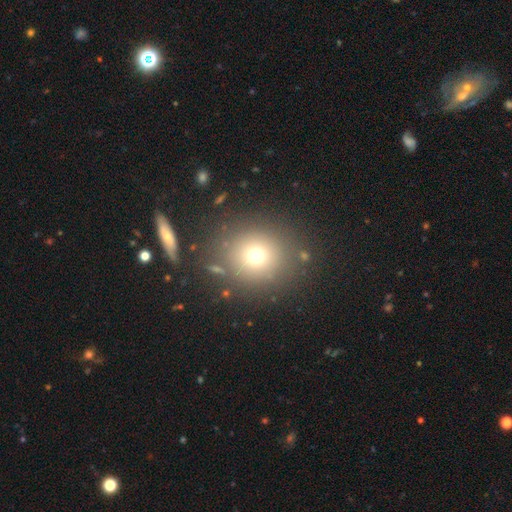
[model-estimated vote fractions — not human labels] smooth_or_featured: smooth (p=0.71) [alt: star or artifact p=0.18]
how_rounded: round (p=0.89) [alt: in between p=0.10]
merging: none (p=0.81) [alt: minor disturbance p=0.09]